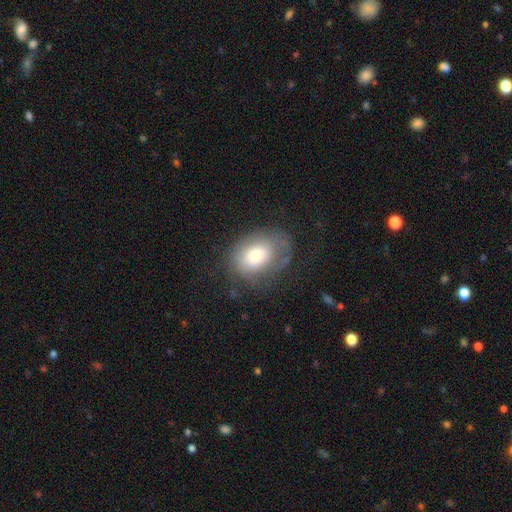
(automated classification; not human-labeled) This appears to be a smooth galaxy with no disk features (59%) that is in between round and cigar-shaped (66%). Merging: none (55%).